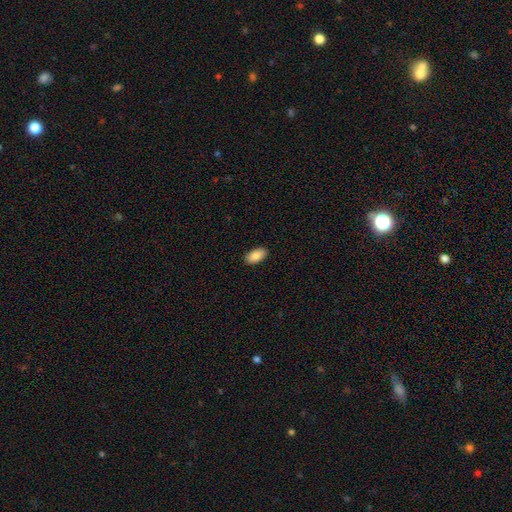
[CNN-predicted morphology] type=smooth (89%); roundness=in between (95%); merging=none (90%).